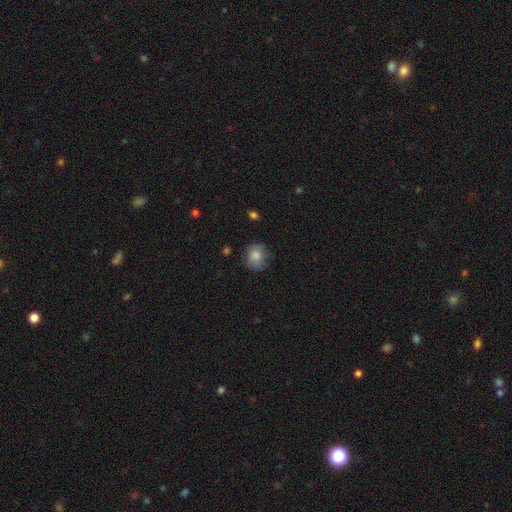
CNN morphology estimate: A smooth galaxy with no disk features (80%) that is round (80%).

Vote fractions:
- Smooth or featured? smooth: 80% / featured or disk: 11% / star or artifact: 9%
- How rounded? round: 80% / in between: 19% / cigar-shaped: 1%
- Merging? none: 73% / minor disturbance: 20% / major disturbance: 5% / merger: 2%